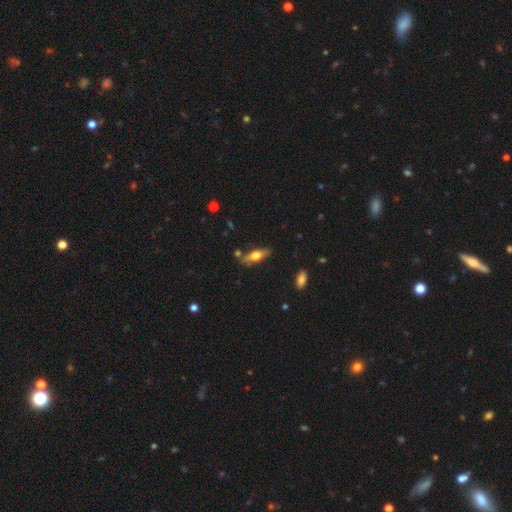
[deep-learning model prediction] Smooth or featured?
  - smooth: 50% *
  - featured or disk: 43%
  - star or artifact: 7%
How rounded?
  - in between: 55% *
  - cigar-shaped: 42%
  - round: 3%
Merging?
  - none: 73% *
  - minor disturbance: 16%
  - merger: 7%
  - major disturbance: 4%